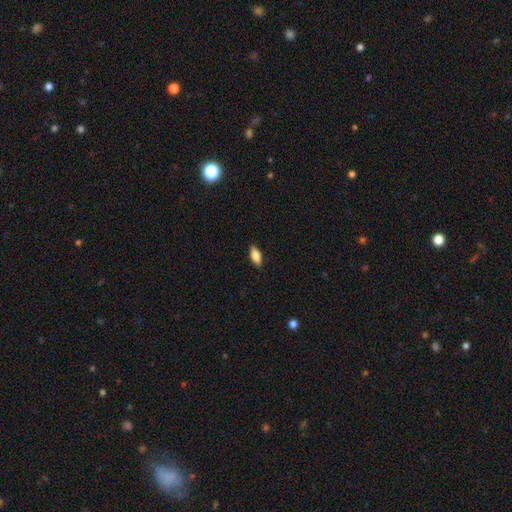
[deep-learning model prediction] Smooth or featured?
  - smooth: 79% *
  - featured or disk: 14%
  - star or artifact: 7%
How rounded?
  - in between: 85% *
  - cigar-shaped: 13%
  - round: 3%
Merging?
  - none: 88% *
  - minor disturbance: 9%
  - major disturbance: 2%
  - merger: 1%